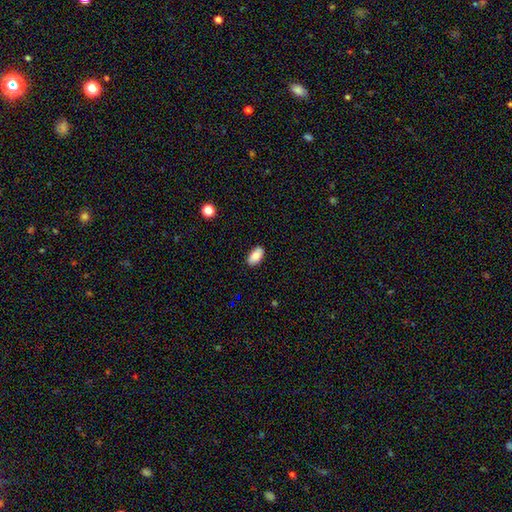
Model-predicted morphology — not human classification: This is clearly a smooth galaxy (86%). How rounded: clearly in between (94%). Merging: clearly none (87%).